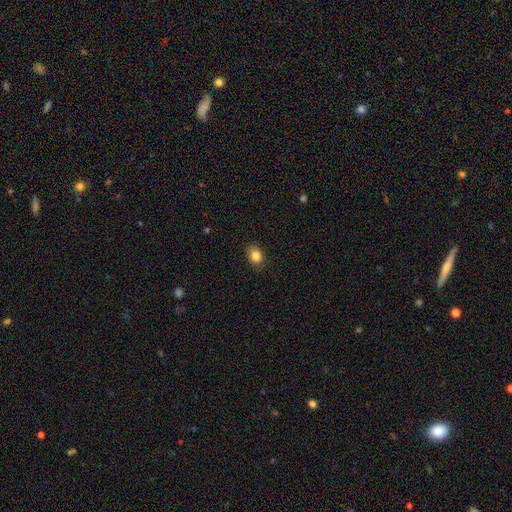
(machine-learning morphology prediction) smooth 85%, star or artifact 9%, featured or disk 6%. Down the decision tree: how rounded — in between (64%); merging — none (86%).